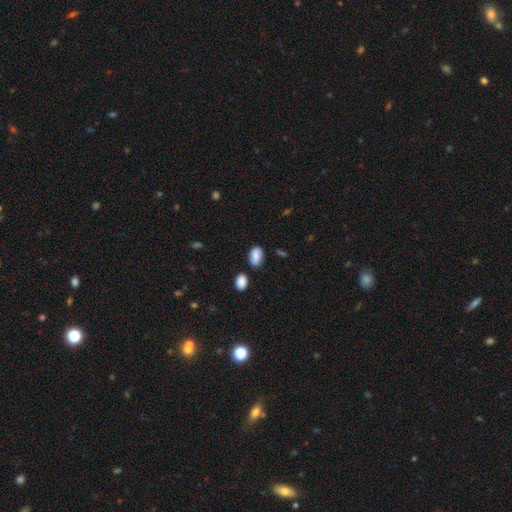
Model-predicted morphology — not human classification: Smooth or featured: smooth — 84% (star or artifact — 8%)
How rounded: in between — 89% (round — 9%)
Merging: none — 70% (minor disturbance — 16%)